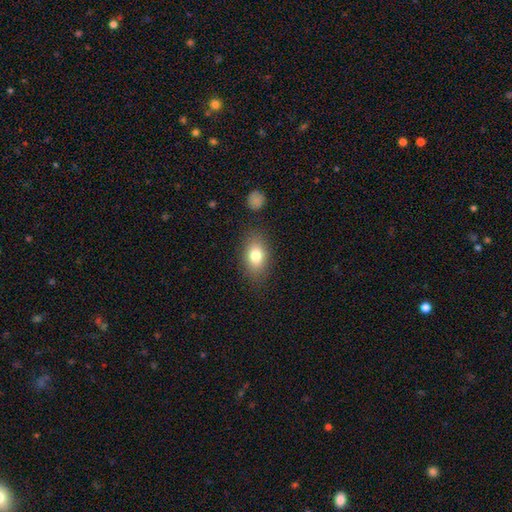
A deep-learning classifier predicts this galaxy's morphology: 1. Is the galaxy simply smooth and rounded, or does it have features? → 78% smooth, 13% featured or disk, 9% star or artifact.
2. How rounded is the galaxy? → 82% in between, 16% round, 2% cigar-shaped.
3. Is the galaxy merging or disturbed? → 81% none, 12% minor disturbance, 4% major disturbance, 2% merger.